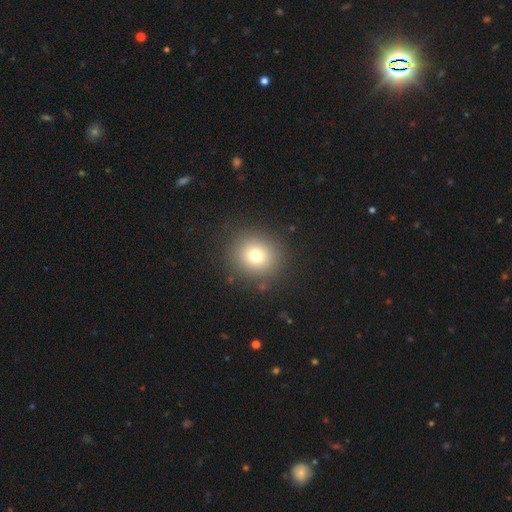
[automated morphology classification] Overall: smooth (75%). How rounded: round (87%). Merging: none (87%).